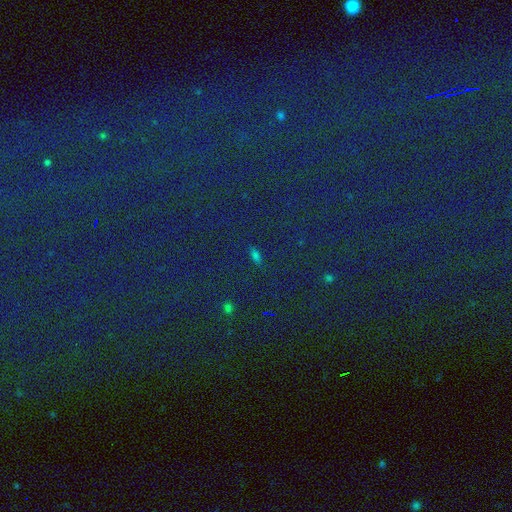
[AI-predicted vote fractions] Q: Smooth or featured?
A: smooth (50%); runner-up: star or artifact (38%)
Q: Merging?
A: none (86%); runner-up: minor disturbance (8%)